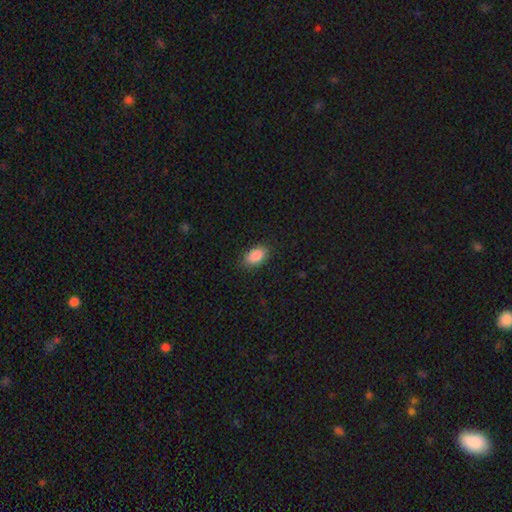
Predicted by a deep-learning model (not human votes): Smooth or featured? smooth (89%)
How rounded? in between (91%)
Merging? none (86%)